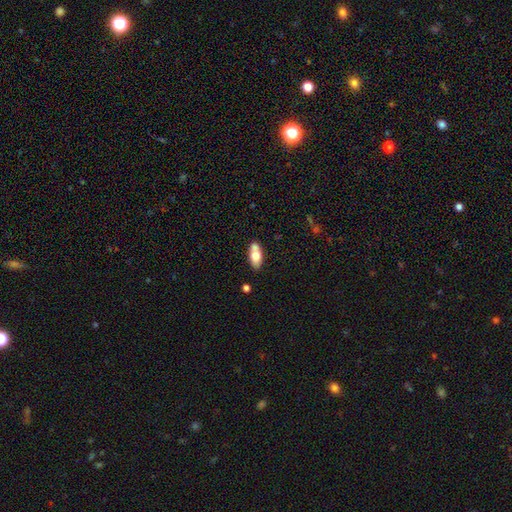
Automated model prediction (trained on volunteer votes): smooth 68%, featured or disk 25%, star or artifact 7%. Down the decision tree: how rounded — in between (86%); merging — none (59%).